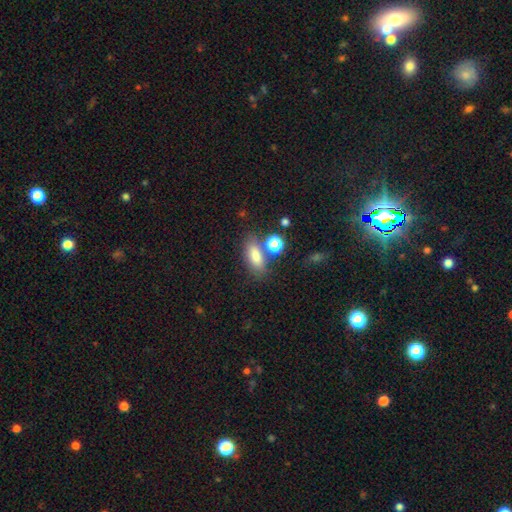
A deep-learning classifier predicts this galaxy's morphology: This is likely a smooth galaxy (79%). How rounded: likely in between (76%). Merging: likely none (67%).